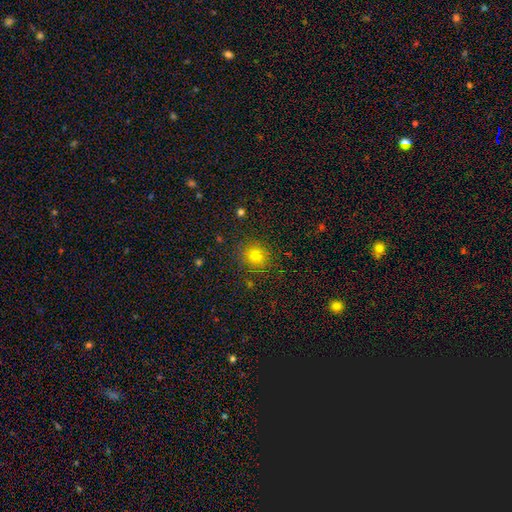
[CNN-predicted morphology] Smooth or featured: smooth — 76% (star or artifact — 16%)
How rounded: round — 85% (in between — 14%)
Merging: none — 85% (minor disturbance — 10%)